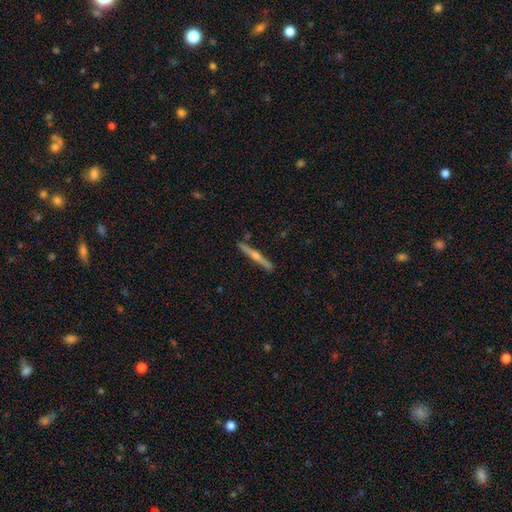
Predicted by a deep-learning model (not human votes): smooth_or_featured: featured or disk (p=0.71) [alt: smooth p=0.24]
disk_edge_on: yes (p=0.98) [alt: no p=0.02]
edge_on_bulge: rounded (p=0.81) [alt: none p=0.13]
merging: none (p=0.90) [alt: minor disturbance p=0.07]